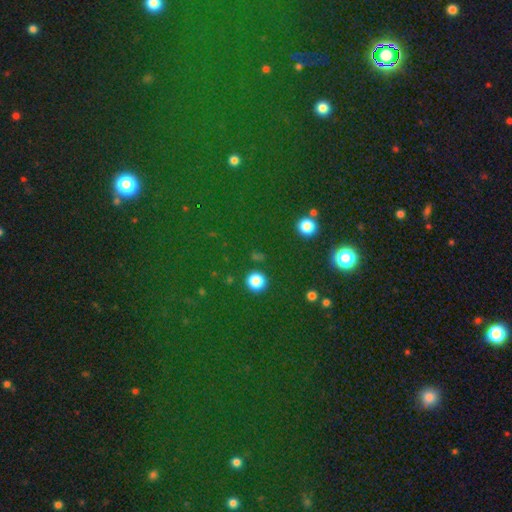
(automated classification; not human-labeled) This is likely a star or artifact rather than a galaxy (77%).